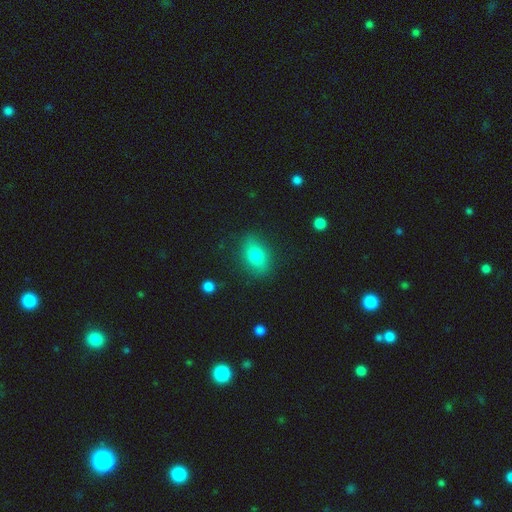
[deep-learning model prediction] Overall: smooth (76%). How rounded: in between (76%). Merging: none (81%).